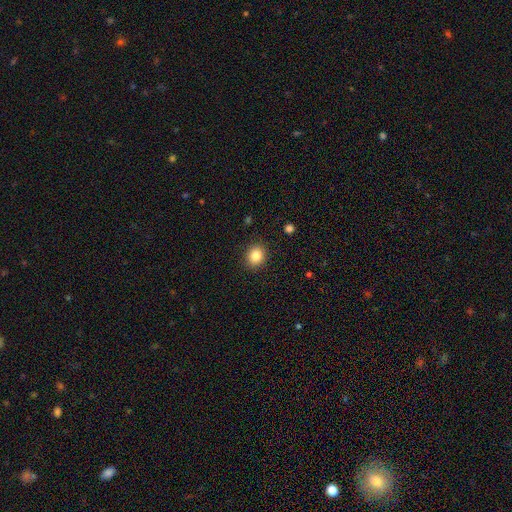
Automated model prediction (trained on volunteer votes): Q: Smooth or featured?
A: smooth (85%); runner-up: star or artifact (10%)
Q: How rounded?
A: round (66%); runner-up: in between (33%)
Q: Merging?
A: none (90%); runner-up: minor disturbance (7%)